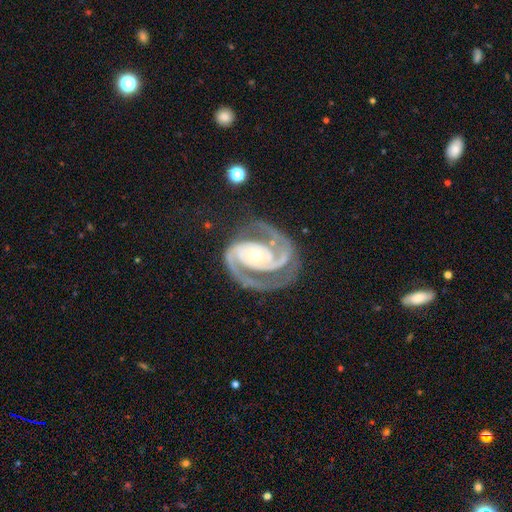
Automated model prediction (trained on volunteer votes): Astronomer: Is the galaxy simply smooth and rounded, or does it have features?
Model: featured or disk — 94%.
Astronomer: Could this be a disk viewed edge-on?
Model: no — 98%.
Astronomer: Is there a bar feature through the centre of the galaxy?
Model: no — 59%.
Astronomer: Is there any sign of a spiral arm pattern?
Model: yes — 99%.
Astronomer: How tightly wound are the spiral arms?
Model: tight — 48% (runner-up: medium, 45%).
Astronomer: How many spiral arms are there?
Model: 2 — 92%.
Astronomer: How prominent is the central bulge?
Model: small — 52% (runner-up: moderate, 43%).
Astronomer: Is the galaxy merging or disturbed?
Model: none — 74%.